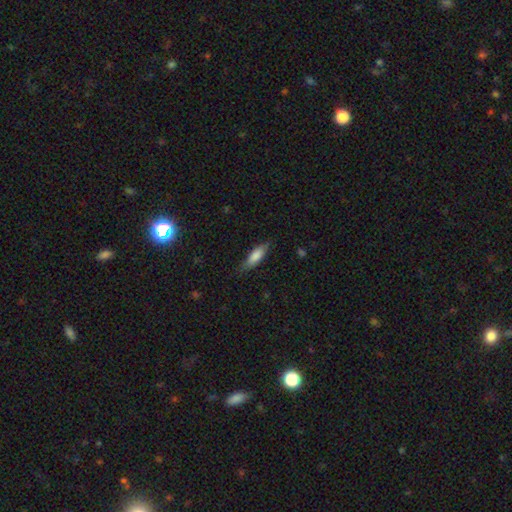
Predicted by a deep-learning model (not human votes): Morphology: type=smooth (77%); roundness=cigar-shaped (52%); merging=none (77%).